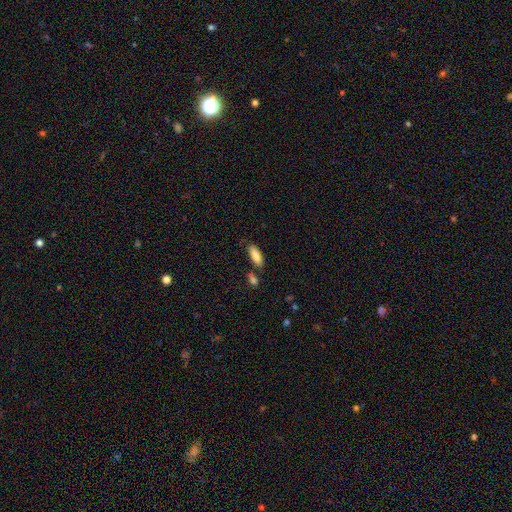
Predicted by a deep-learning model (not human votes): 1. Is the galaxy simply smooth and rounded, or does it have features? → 85% smooth, 9% featured or disk, 6% star or artifact.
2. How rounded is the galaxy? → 71% in between, 28% cigar-shaped, 2% round.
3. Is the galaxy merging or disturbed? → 71% none, 15% minor disturbance, 10% merger, 4% major disturbance.